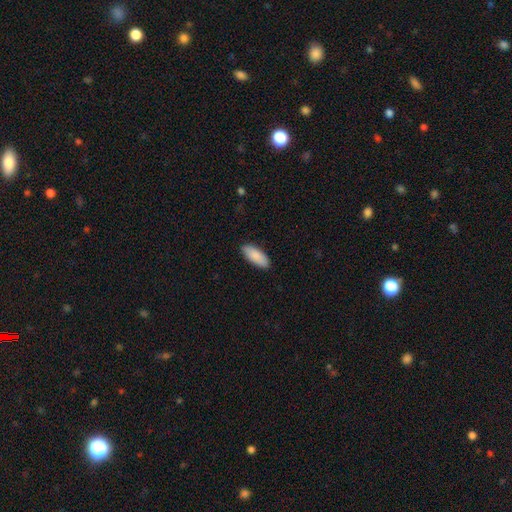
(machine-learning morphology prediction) Smooth or featured? Predicted: smooth (p=0.90). How rounded? Predicted: in between (p=0.79). Merging? Predicted: none (p=0.89).